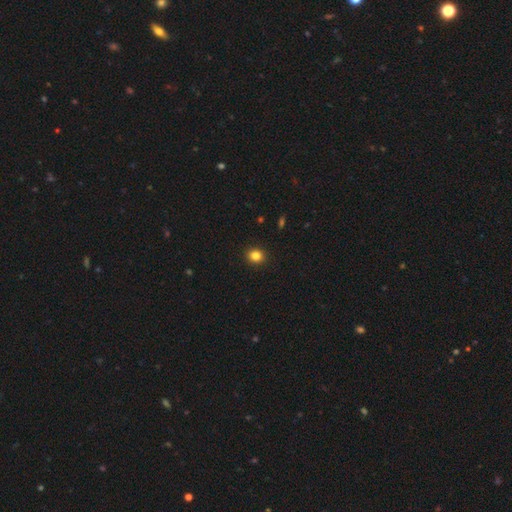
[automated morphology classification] The model was most divided on "how rounded": round: 72%, in between: 27%, cigar-shaped: 1%. More confident: merging — none (92%); smooth or featured — smooth (83%).